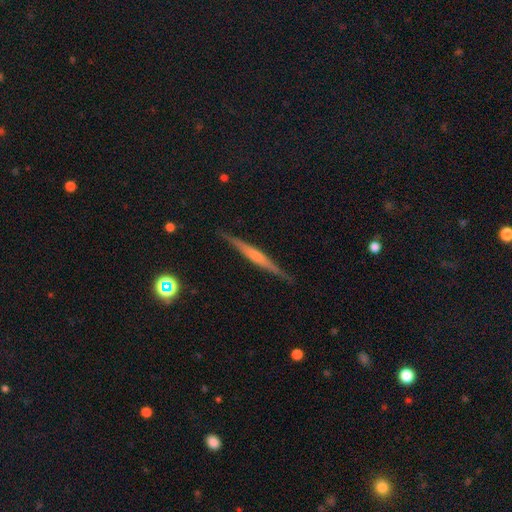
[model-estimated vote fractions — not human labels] This appears to be a featured or disk galaxy (66%) viewed edge-on (97%) with no central bulge (40%). Merging: none (89%).